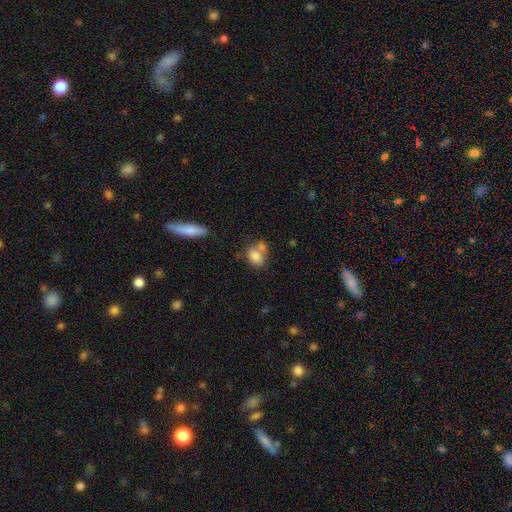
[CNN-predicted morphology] type=smooth (82%); roundness=in between (67%); merging=none (45%).